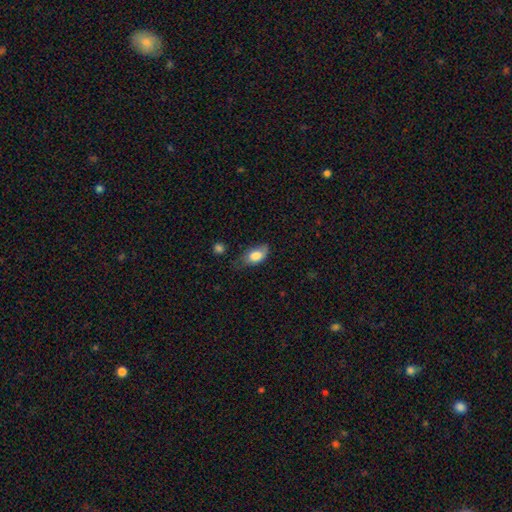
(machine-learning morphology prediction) A smooth galaxy with no disk features (79%) that is in between round and cigar-shaped (90%).

Vote fractions:
- Smooth or featured? smooth: 79% / featured or disk: 14% / star or artifact: 7%
- How rounded? in between: 90% / round: 6% / cigar-shaped: 4%
- Merging? none: 46% / minor disturbance: 38% / major disturbance: 13% / merger: 3%